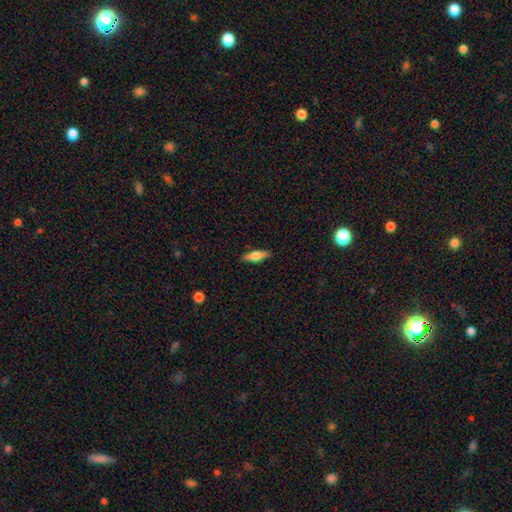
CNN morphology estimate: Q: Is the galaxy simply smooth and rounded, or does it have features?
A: smooth — 55%.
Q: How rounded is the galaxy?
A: cigar-shaped — 51%.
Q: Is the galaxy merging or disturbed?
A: none — 88%.